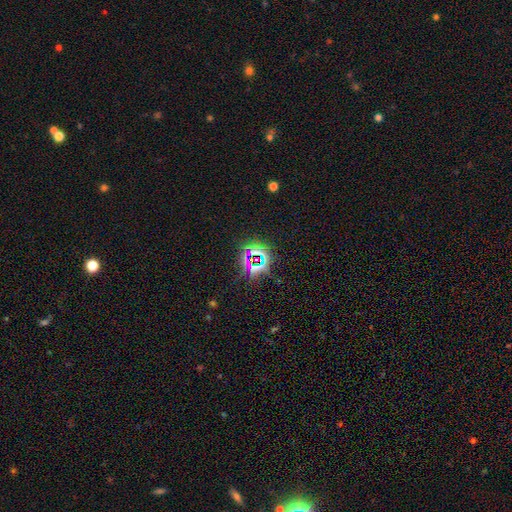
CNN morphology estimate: This appears to be a star or artifact, not a galaxy (77%).